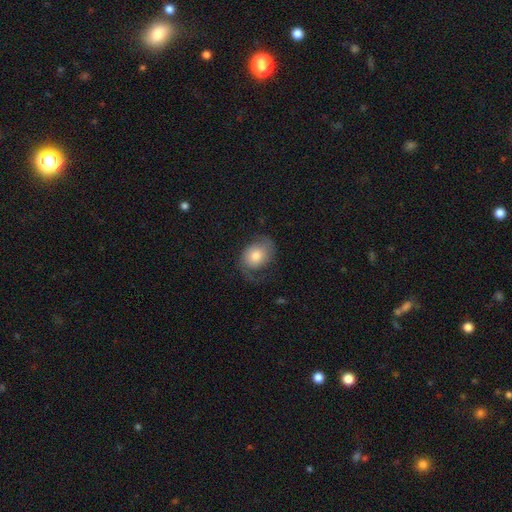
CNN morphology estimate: type=featured or disk (51%); edge-on=no (96%); merging=none (54%).